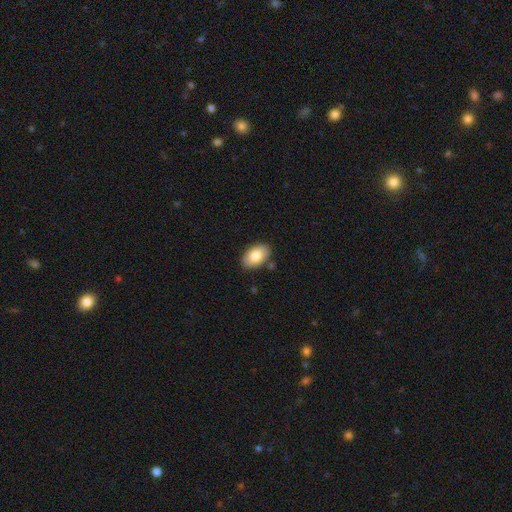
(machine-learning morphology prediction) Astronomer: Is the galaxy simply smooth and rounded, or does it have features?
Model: smooth — 82%.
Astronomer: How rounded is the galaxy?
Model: in between — 93%.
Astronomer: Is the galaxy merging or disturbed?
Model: none — 83%.